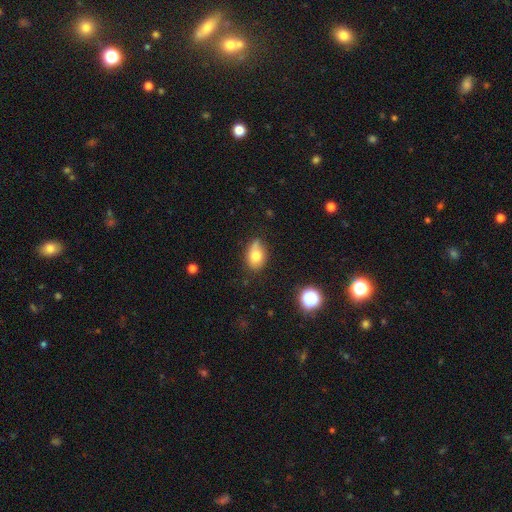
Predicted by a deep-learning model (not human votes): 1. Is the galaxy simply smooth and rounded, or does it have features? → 76% smooth, 14% featured or disk, 10% star or artifact.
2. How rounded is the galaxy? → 74% in between, 24% round, 2% cigar-shaped.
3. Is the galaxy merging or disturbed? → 59% none, 28% minor disturbance, 8% merger, 6% major disturbance.